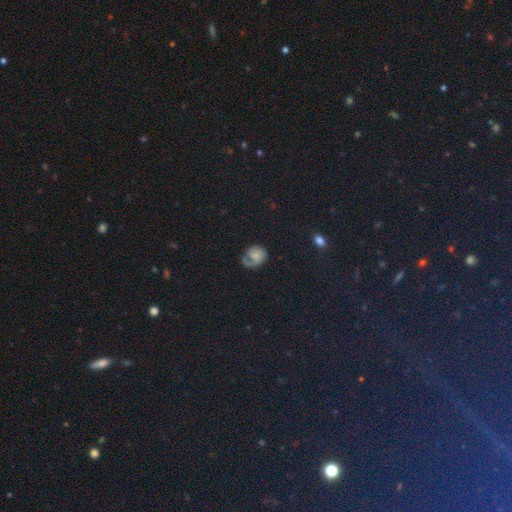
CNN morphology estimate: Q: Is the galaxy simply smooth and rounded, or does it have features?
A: smooth — 45%.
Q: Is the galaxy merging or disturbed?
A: none — 46%.